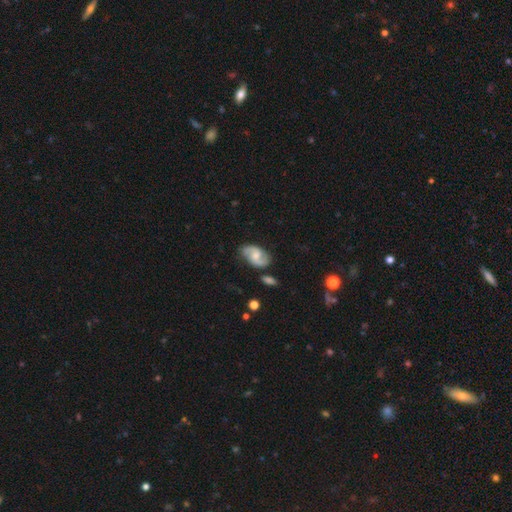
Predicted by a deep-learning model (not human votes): Morphology: type=featured or disk (79%); edge-on=no (97%); bar=no (50%); spiral arms=yes (95%); winding=medium (48%); arm count=2 (92%); bulge=moderate (47%); merging=none (76%).